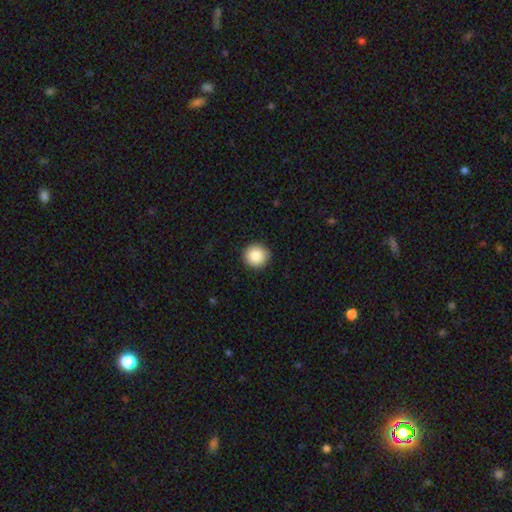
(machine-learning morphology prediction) Overall: smooth (88%). How rounded: round (95%). Merging: none (92%).